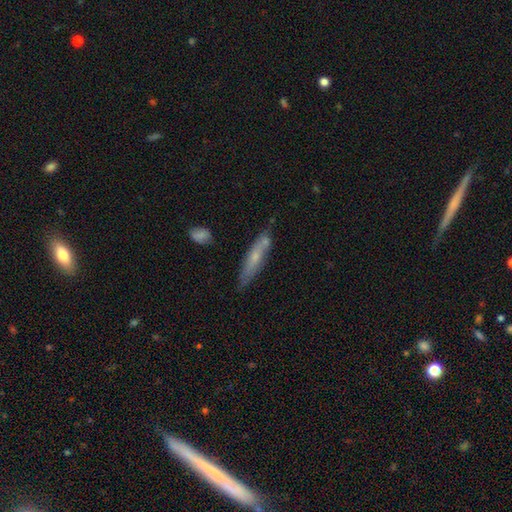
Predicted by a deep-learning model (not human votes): Smooth or featured: smooth — 49% (featured or disk — 43%)
Merging: none — 70% (minor disturbance — 20%)